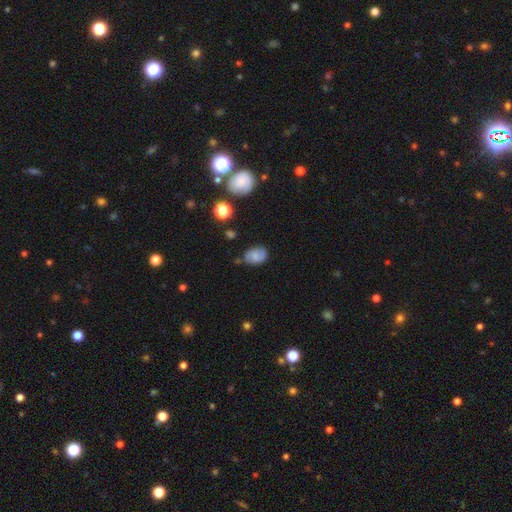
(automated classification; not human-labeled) smooth_or_featured: smooth (p=0.53) [alt: featured or disk p=0.37]
how_rounded: in between (p=0.72) [alt: round p=0.27]
merging: none (p=0.69) [alt: minor disturbance p=0.22]